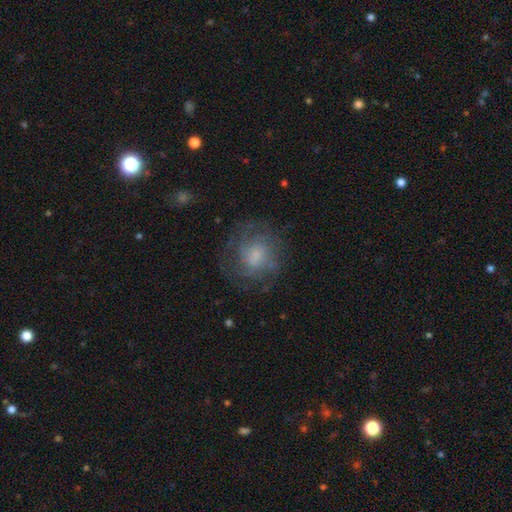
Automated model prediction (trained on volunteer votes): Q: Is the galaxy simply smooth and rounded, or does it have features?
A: featured or disk — 52%.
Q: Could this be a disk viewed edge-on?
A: no — 97%.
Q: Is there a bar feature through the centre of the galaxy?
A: no — 67%.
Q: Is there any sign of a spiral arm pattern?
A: yes — 73%.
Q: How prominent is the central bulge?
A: small — 40%.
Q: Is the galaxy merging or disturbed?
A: none — 68%.